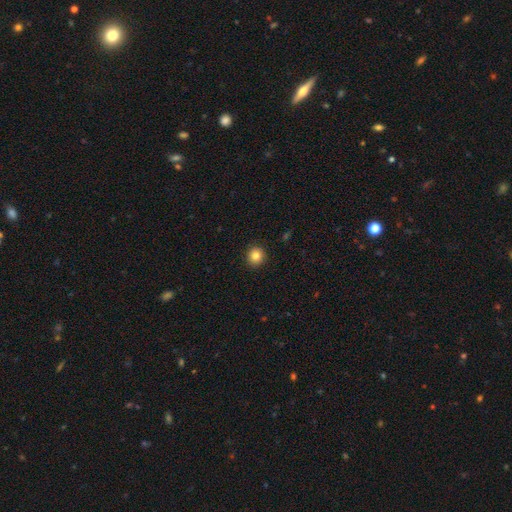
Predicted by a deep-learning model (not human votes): smooth 84%, star or artifact 10%, featured or disk 6%. Down the decision tree: how rounded — round (88%); merging — none (92%).